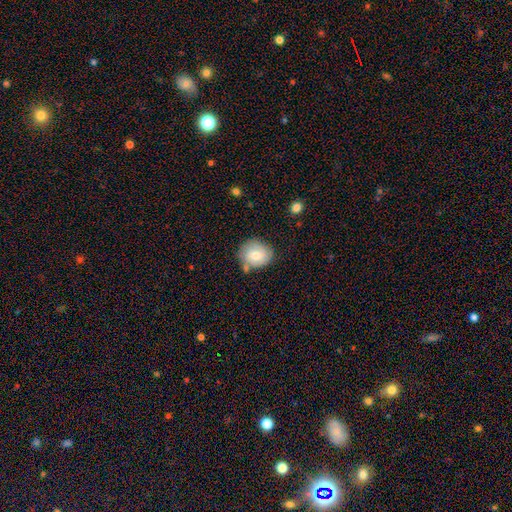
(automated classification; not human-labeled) smooth_or_featured: smooth (p=0.70) [alt: featured or disk p=0.23]
how_rounded: round (p=0.64) [alt: in between p=0.35]
merging: none (p=0.66) [alt: minor disturbance p=0.21]